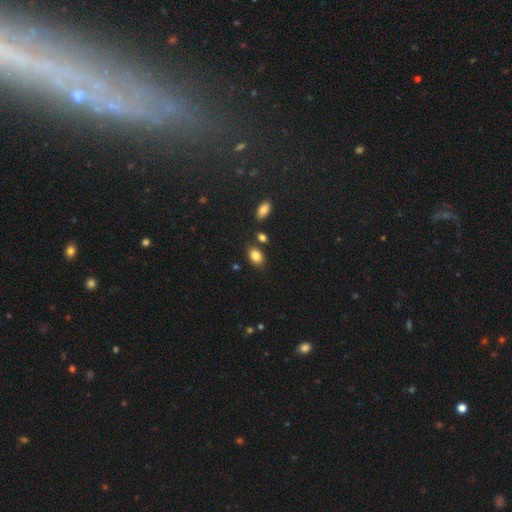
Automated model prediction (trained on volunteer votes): Smooth or featured? Predicted: smooth (p=0.85). How rounded? Predicted: in between (p=0.83). Merging? Predicted: none (p=0.77).